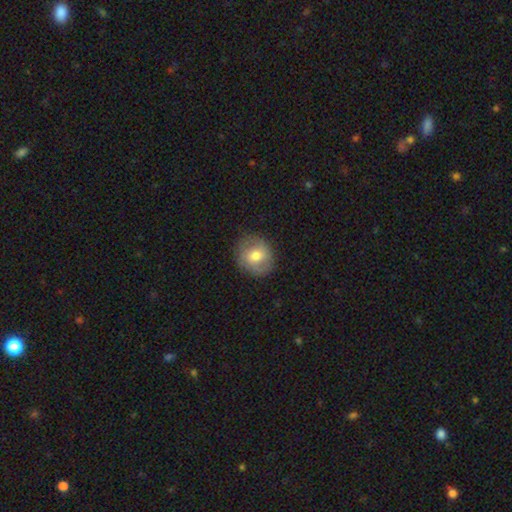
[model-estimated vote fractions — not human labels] Morphology: type=smooth (61%); roundness=round (79%); merging=none (82%).